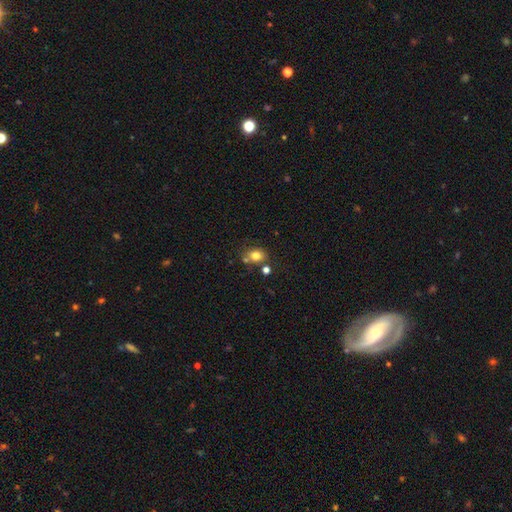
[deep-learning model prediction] Smooth or featured? Predicted: smooth (p=0.78). How rounded? Predicted: round (p=0.55). Merging? Predicted: none (p=0.64).